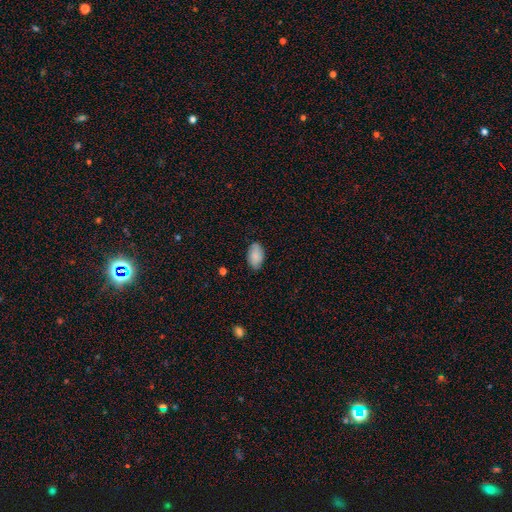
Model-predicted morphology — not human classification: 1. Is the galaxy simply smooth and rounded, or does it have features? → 85% smooth, 8% featured or disk, 7% star or artifact.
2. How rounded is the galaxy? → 94% in between, 4% round, 2% cigar-shaped.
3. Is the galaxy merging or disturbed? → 82% none, 14% minor disturbance, 3% major disturbance, 1% merger.